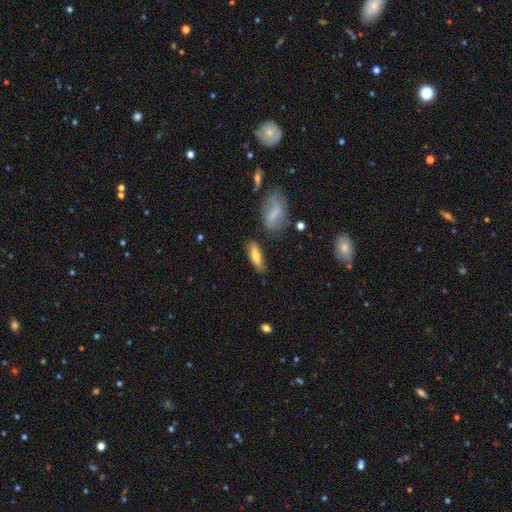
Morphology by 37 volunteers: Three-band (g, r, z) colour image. It shows a smooth galaxy with no disk features (92%) that is in between round and cigar-shaped (68%). Merging: none (68%).